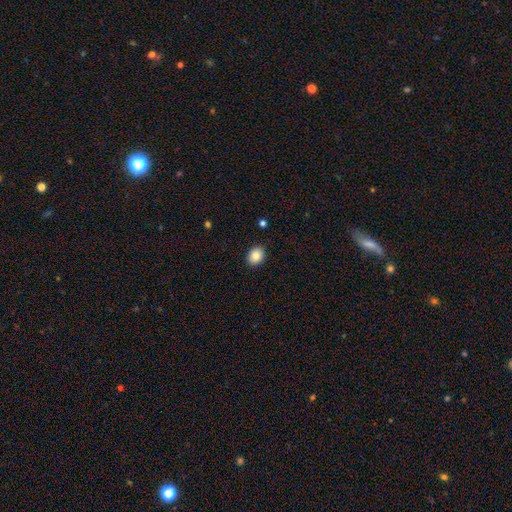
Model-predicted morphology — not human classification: smooth 85%, star or artifact 8%, featured or disk 7%. Down the decision tree: how rounded — in between (68%); merging — none (89%).